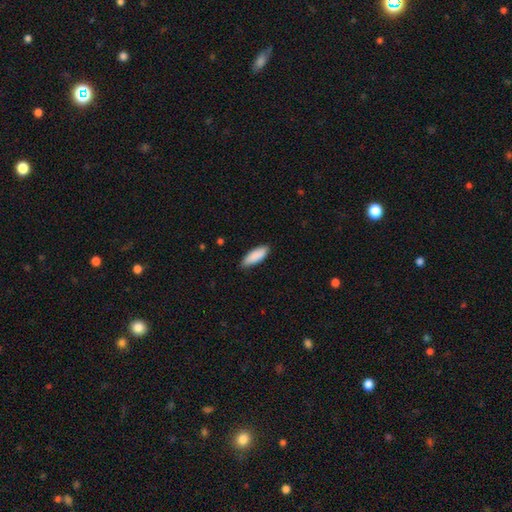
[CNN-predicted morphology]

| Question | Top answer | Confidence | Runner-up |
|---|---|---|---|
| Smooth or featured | smooth | 89% | star or artifact (6%) |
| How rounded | in between | 72% | cigar-shaped (27%) |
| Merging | none | 80% | minor disturbance (17%) |